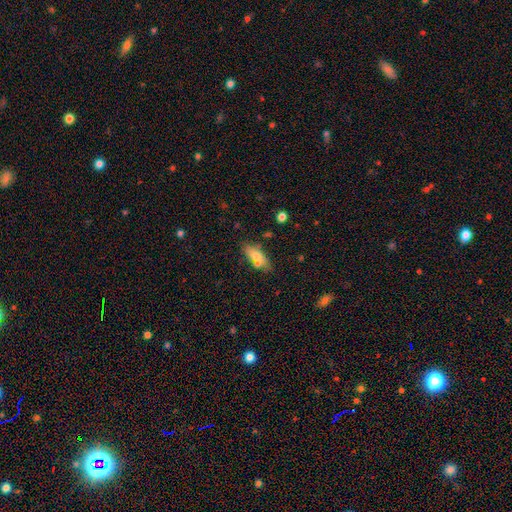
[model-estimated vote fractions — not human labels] Morphology: type=smooth (72%); roundness=in between (73%); merging=none (71%).